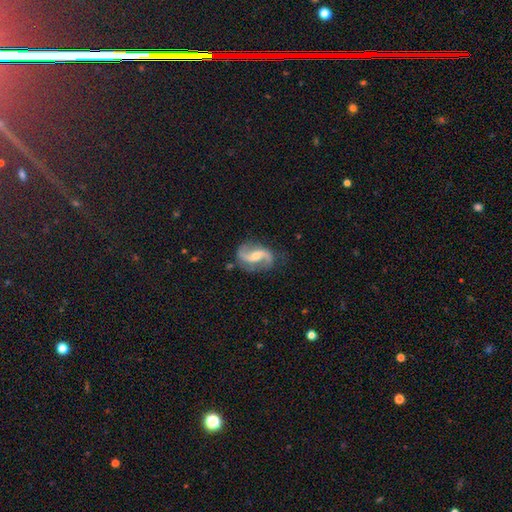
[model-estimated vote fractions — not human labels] Smooth or featured?
  - featured or disk: 89% *
  - smooth: 6%
  - star or artifact: 5%
Edge-on disk?
  - no: 98% *
  - yes: 2%
Bar?
  - weak: 44% *
  - no: 34%
  - strong: 22%
Spiral arms?
  - yes: 97% *
  - no: 3%
Spiral winding?
  - loose: 63% *
  - medium: 31%
  - tight: 7%
Spiral arm count?
  - 2: 93% *
  - 1: 2%
  - can't tell: 2%
  - 3: 1%
  - 4: 1%
  - more than 4: 1%
Bulge size?
  - moderate: 49% *
  - small: 43%
  - none: 4%
  - large: 3%
  - dominant: 1%
Merging?
  - none: 79% *
  - minor disturbance: 14%
  - major disturbance: 5%
  - merger: 2%